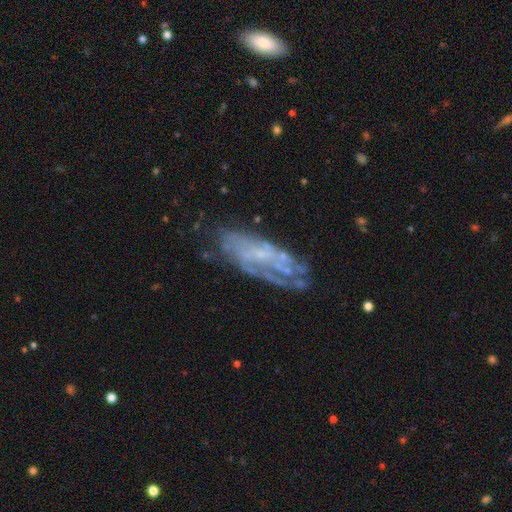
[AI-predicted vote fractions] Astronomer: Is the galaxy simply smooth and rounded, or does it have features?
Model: featured or disk — 68%.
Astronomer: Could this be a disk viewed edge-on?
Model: no — 85%.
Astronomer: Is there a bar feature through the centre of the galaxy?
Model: no — 64%.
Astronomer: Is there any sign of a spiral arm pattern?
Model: yes — 65%.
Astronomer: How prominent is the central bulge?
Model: small — 49% (runner-up: none, 36%).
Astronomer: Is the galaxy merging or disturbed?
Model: none — 62%.